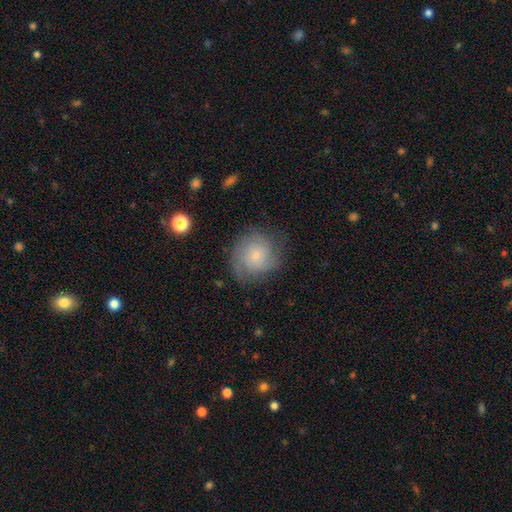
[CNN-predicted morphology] The model was most divided on "smooth or featured": featured or disk: 57%, smooth: 35%, star or artifact: 9%. More confident: edge-on disk — no (98%); spiral arms — yes (90%); bar — no (79%); bulge size — small (73%); merging — none (71%).